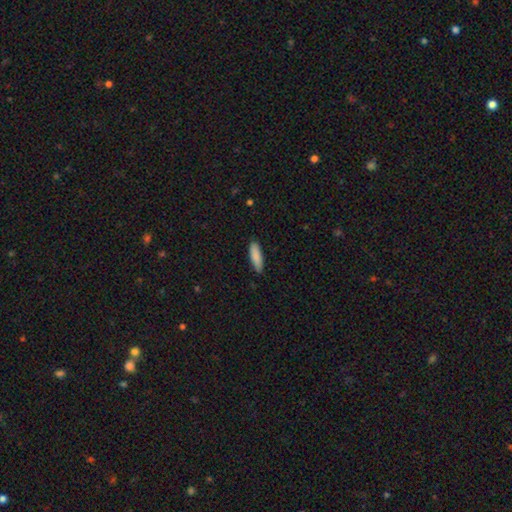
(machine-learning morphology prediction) Smooth or featured?
  - smooth: 88% *
  - featured or disk: 6%
  - star or artifact: 6%
How rounded?
  - cigar-shaped: 53% *
  - in between: 45%
  - round: 1%
Merging?
  - none: 87% *
  - minor disturbance: 11%
  - major disturbance: 2%
  - merger: 1%